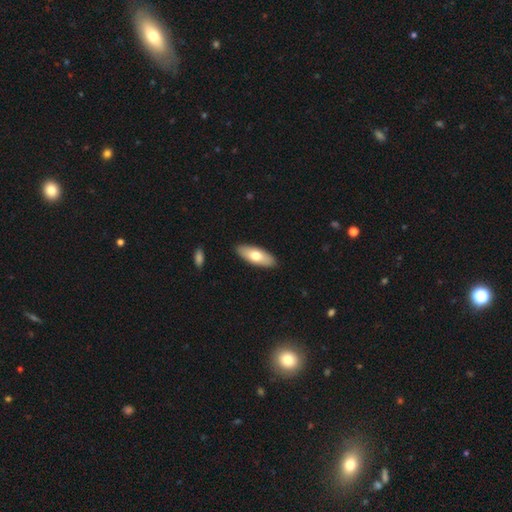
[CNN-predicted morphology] The model was most divided on "smooth or featured": smooth: 69%, featured or disk: 26%, star or artifact: 5%. More confident: merging — none (90%); how rounded — in between (74%).